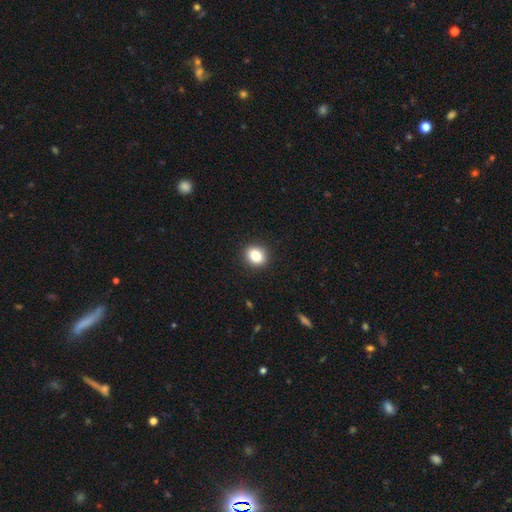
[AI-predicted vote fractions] Morphology: type=smooth (84%); roundness=round (60%); merging=none (91%).